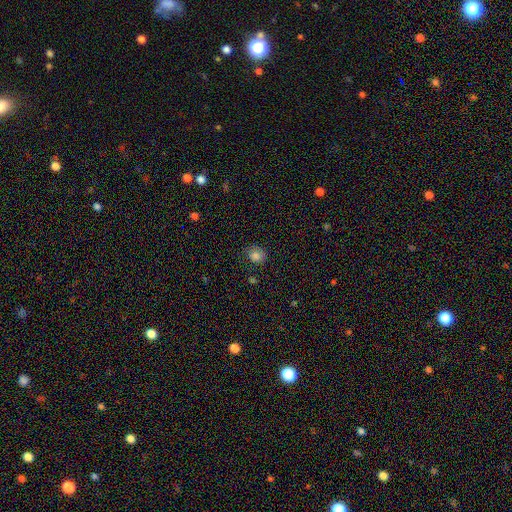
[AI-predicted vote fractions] smooth 82%, star or artifact 12%, featured or disk 6%. Down the decision tree: how rounded — round (70%); merging — none (75%).